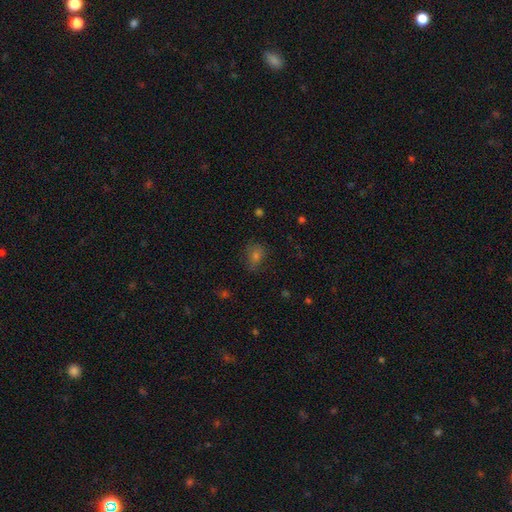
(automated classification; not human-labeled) The model was most divided on "how rounded": in between: 53%, round: 45%, cigar-shaped: 2%. More confident: merging — none (70%); smooth or featured — smooth (61%).